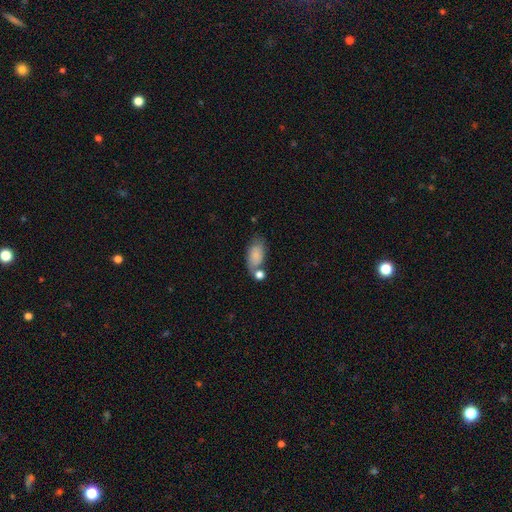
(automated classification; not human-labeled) The model was most divided on "merging": none: 47%, merger: 25%, minor disturbance: 20%, major disturbance: 8%. More confident: how rounded — in between (91%); smooth or featured — smooth (79%).